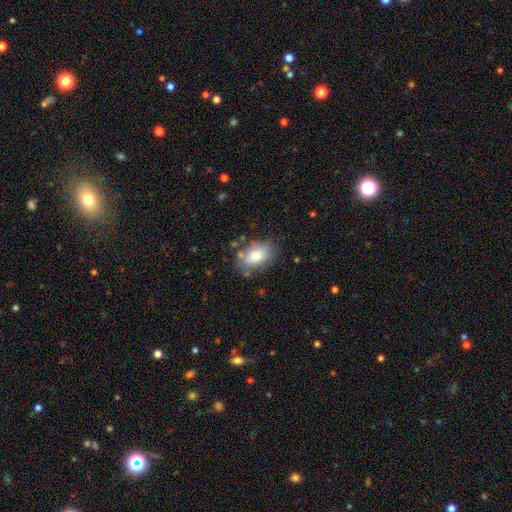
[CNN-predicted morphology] Q: Smooth or featured?
A: smooth (81%); runner-up: featured or disk (12%)
Q: How rounded?
A: in between (86%); runner-up: round (13%)
Q: Merging?
A: none (73%); runner-up: minor disturbance (18%)